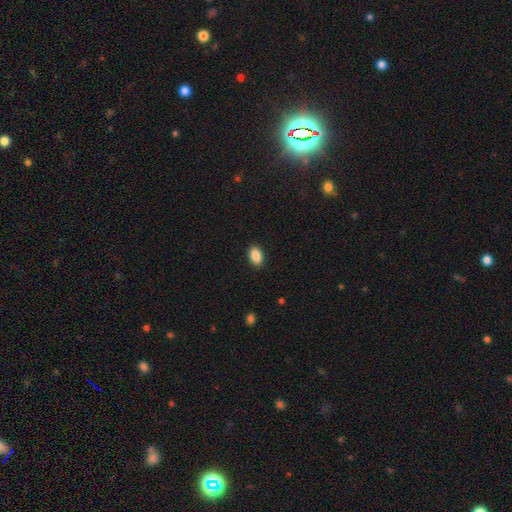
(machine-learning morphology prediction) Q: Smooth or featured?
A: smooth (88%); runner-up: star or artifact (8%)
Q: How rounded?
A: in between (89%); runner-up: round (10%)
Q: Merging?
A: none (90%); runner-up: minor disturbance (8%)